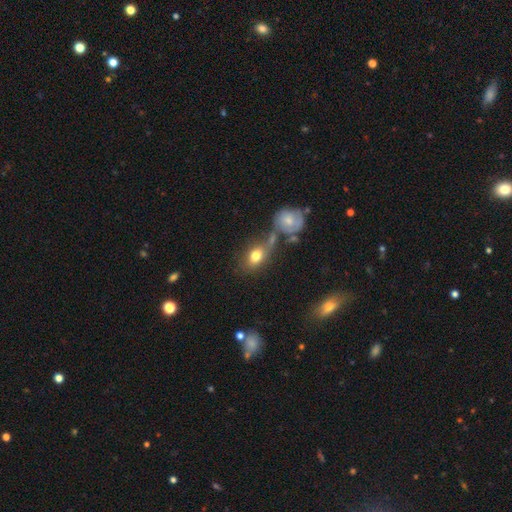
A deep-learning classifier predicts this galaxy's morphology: smooth_or_featured: smooth (p=0.74) [alt: featured or disk p=0.17]
how_rounded: in between (p=0.69) [alt: round p=0.29]
merging: none (p=0.44) [alt: merger p=0.32]